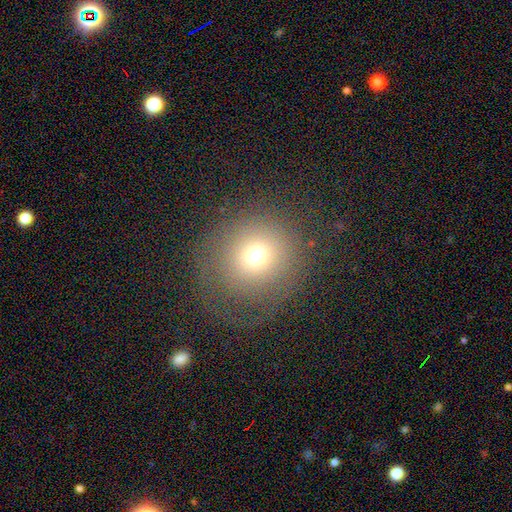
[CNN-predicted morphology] type=smooth (68%); roundness=round (92%); merging=none (69%).